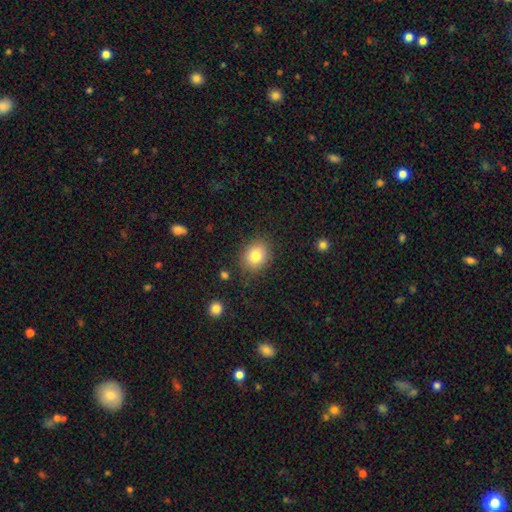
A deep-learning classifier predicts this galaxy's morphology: Smooth or featured? smooth (81%)
How rounded? round (59%)
Merging? none (81%)